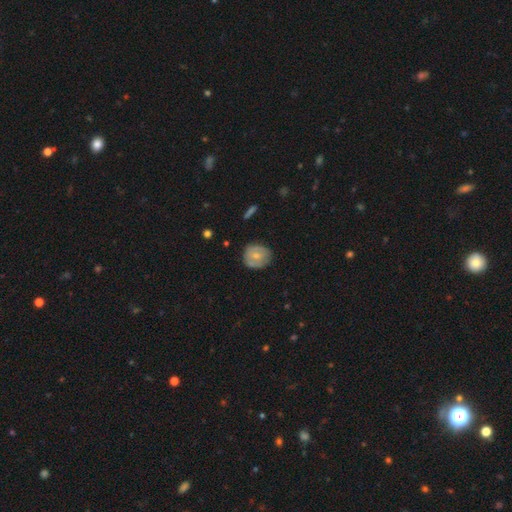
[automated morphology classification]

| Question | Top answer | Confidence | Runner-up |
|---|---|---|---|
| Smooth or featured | smooth | 54% | featured or disk (39%) |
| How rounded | round | 78% | in between (21%) |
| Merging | none | 73% | minor disturbance (21%) |